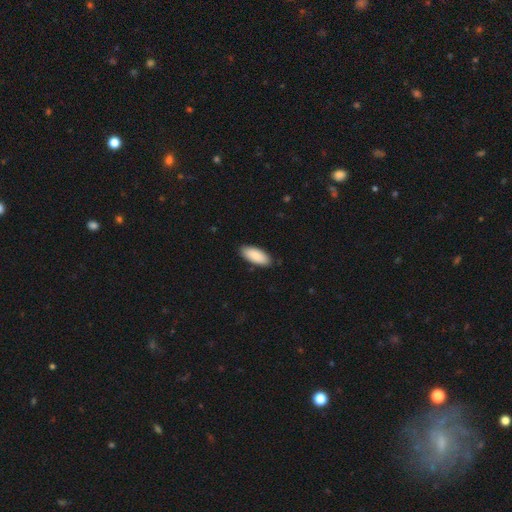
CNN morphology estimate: Smooth or featured? Predicted: smooth (p=0.87). How rounded? Predicted: in between (p=0.87). Merging? Predicted: none (p=0.87).